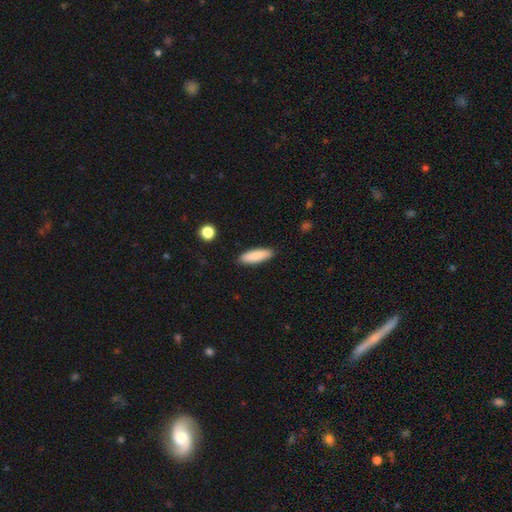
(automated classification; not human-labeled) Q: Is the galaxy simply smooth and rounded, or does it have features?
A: smooth — 87%.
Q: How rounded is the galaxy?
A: cigar-shaped — 56%.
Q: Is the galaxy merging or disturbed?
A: none — 88%.